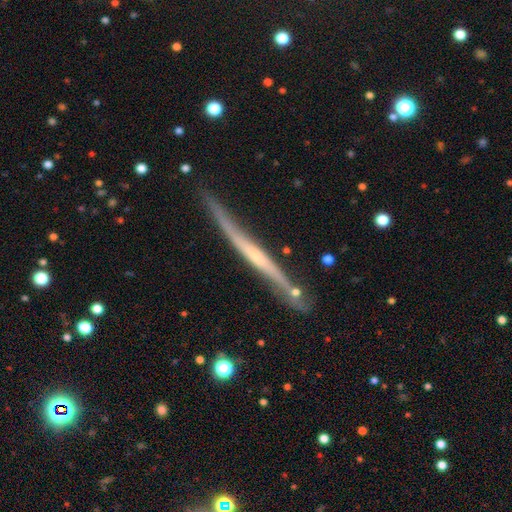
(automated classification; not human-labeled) This appears to be a featured or disk galaxy (76%) viewed edge-on (96%) with no central bulge (57%). Merging: none (76%).